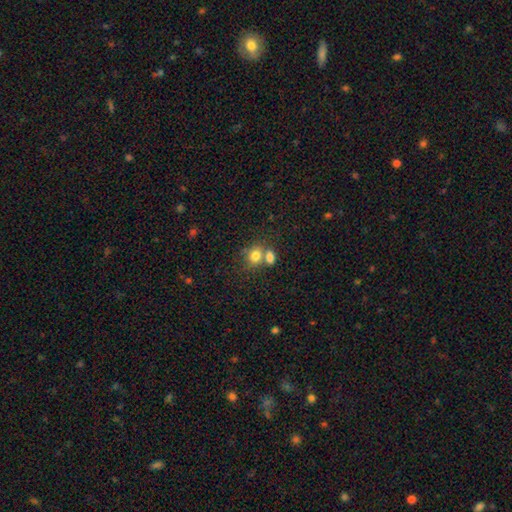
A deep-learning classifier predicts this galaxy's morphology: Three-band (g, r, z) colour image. It shows a smooth galaxy with no disk features (79%) that is round (55%). Merging: merger (45%).